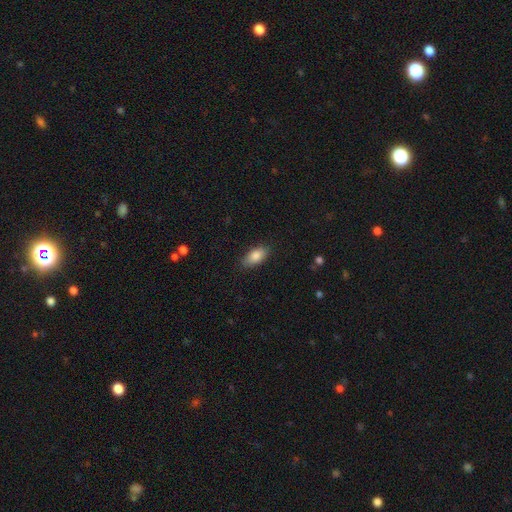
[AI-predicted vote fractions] Overall: smooth (85%). How rounded: in between (89%). Merging: none (84%).